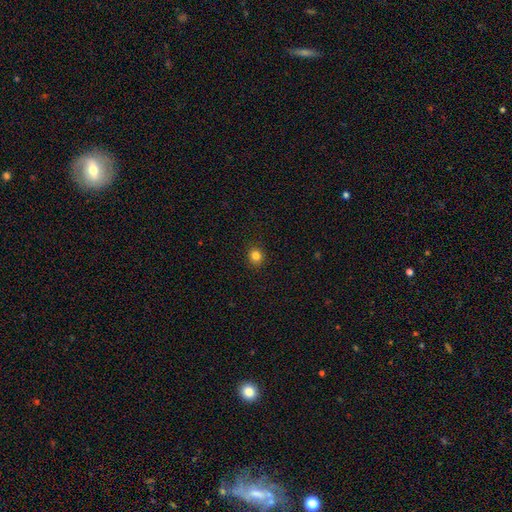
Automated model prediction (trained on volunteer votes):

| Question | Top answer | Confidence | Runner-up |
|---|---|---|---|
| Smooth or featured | smooth | 83% | star or artifact (13%) |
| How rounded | round | 84% | in between (15%) |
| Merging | none | 91% | minor disturbance (6%) |